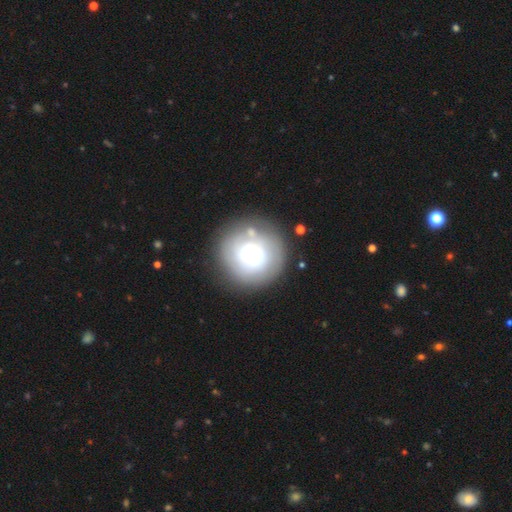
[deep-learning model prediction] A smooth galaxy with no disk features (52%) that is round (91%). Merging: none (70%).